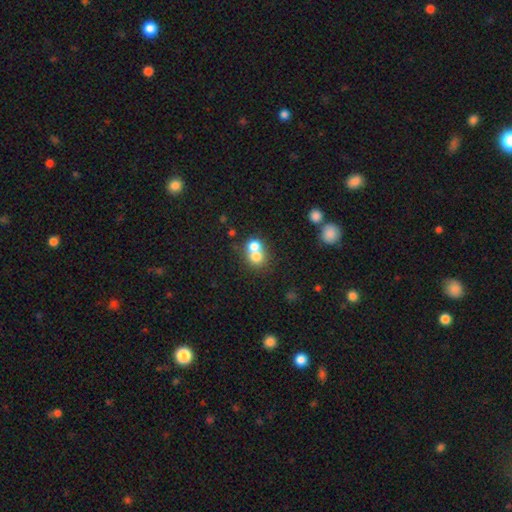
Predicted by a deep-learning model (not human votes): This appears to be a smooth galaxy with no disk features (72%) that is round (76%). Merging: merger (64%).